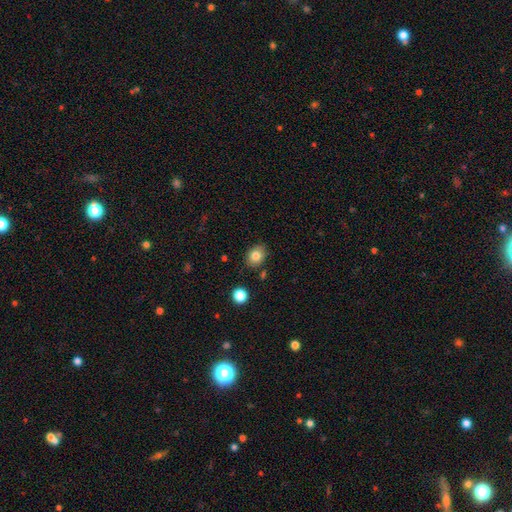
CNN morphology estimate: Smooth or featured? Predicted: smooth (p=0.81). How rounded? Predicted: in between (p=0.57). Merging? Predicted: none (p=0.83).